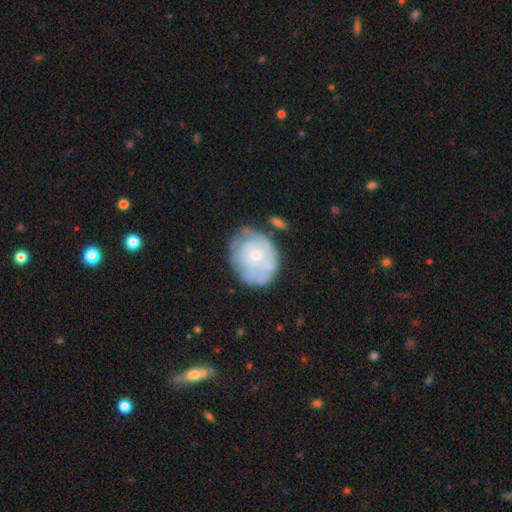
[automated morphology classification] A featured or disk galaxy (57%) with no bar (85%), spiral arms (51%) and a small central bulge (57%). Merging: none (56%).